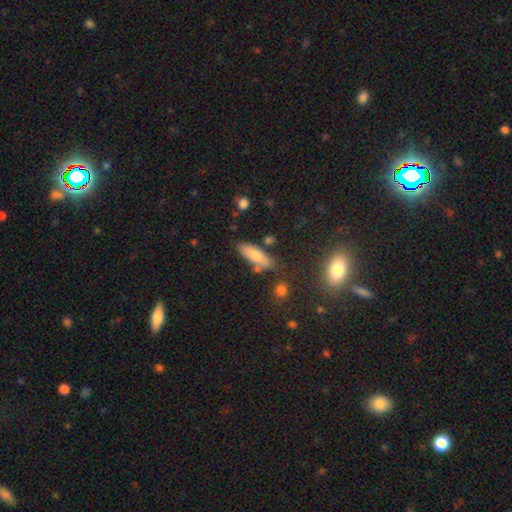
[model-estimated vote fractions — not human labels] smooth-or-featured: smooth: 75% | featured or disk: 16% | star or artifact: 9%
  how-rounded: in between: 67% | cigar-shaped: 31% | round: 3%
  merging: none: 69% | minor disturbance: 17% | merger: 10% | major disturbance: 5%